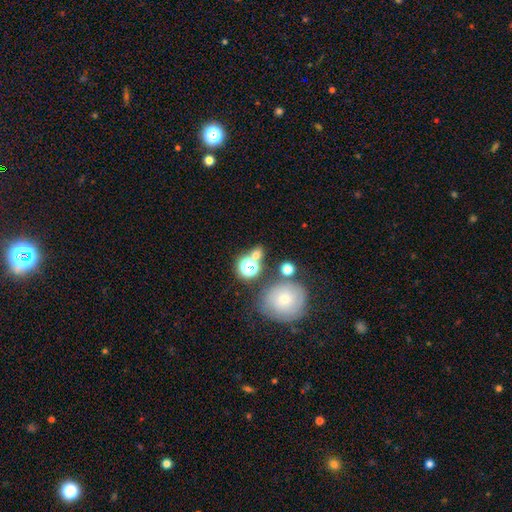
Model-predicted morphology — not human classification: smooth_or_featured: smooth (p=0.61) [alt: star or artifact p=0.27]
how_rounded: round (p=0.70) [alt: in between p=0.28]
merging: none (p=0.64) [alt: merger p=0.20]